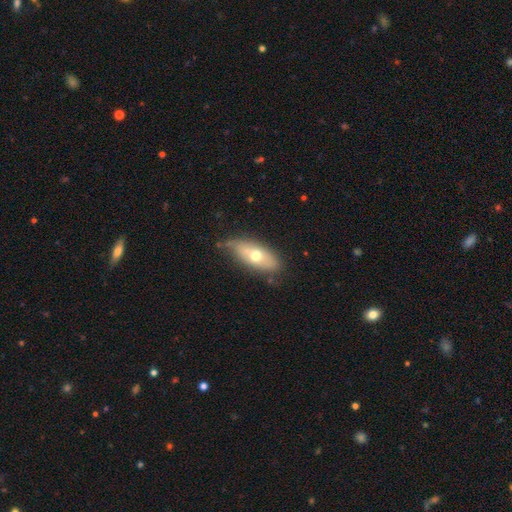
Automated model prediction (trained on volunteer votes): Overall: smooth (56%; featured or disk 37%). How rounded: in between (78%). Merging: none (67%).